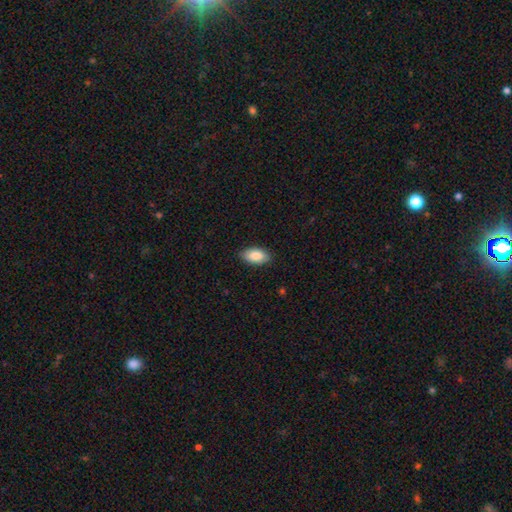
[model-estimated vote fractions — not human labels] Q: Smooth or featured?
A: smooth (88%); runner-up: star or artifact (6%)
Q: How rounded?
A: in between (93%); runner-up: cigar-shaped (4%)
Q: Merging?
A: none (85%); runner-up: minor disturbance (11%)